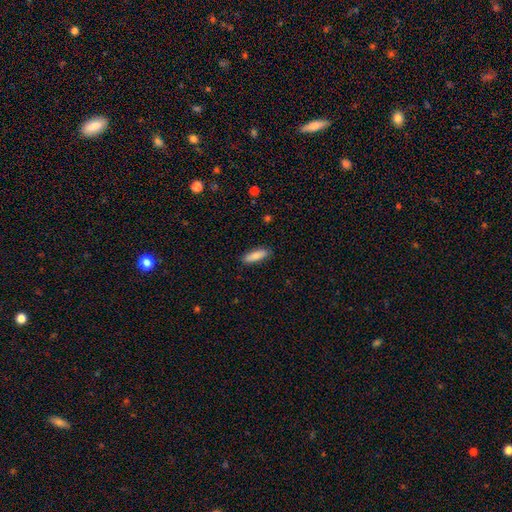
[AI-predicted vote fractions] A smooth galaxy with no disk features (85%) that is in between round and cigar-shaped (50%). Merging: none (87%).